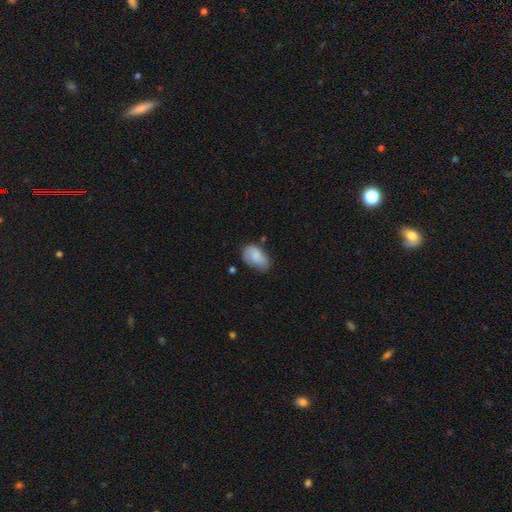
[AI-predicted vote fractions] This is likely a smooth galaxy (75%). How rounded: clearly in between (91%). Merging: possibly none (47%).